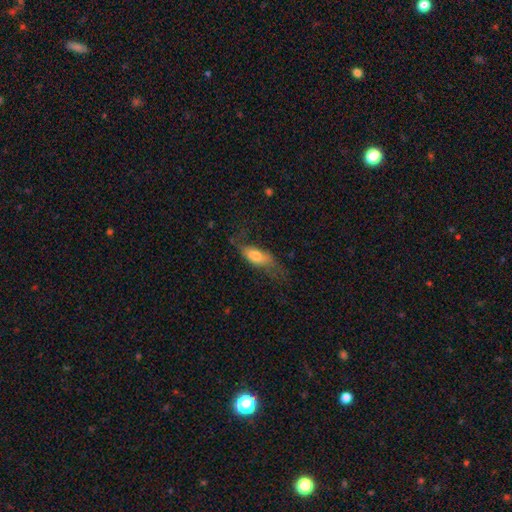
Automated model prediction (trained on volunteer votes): Smooth or featured?
  - smooth: 63% *
  - featured or disk: 29%
  - star or artifact: 8%
How rounded?
  - in between: 72% *
  - cigar-shaped: 24%
  - round: 4%
Merging?
  - none: 39% *
  - major disturbance: 31%
  - minor disturbance: 28%
  - merger: 2%